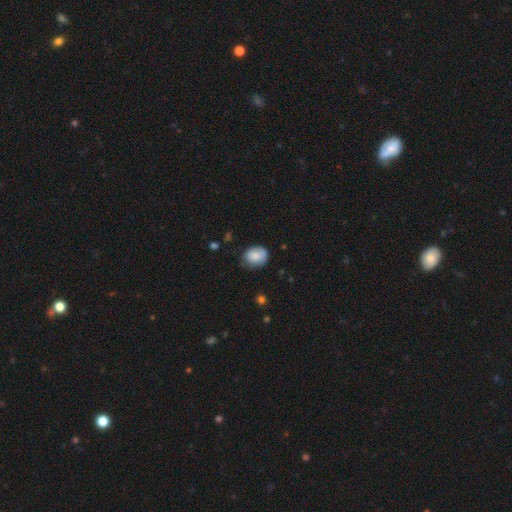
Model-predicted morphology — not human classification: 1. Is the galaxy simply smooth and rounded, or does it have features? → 82% smooth, 11% featured or disk, 8% star or artifact.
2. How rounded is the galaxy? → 56% in between, 43% round, 1% cigar-shaped.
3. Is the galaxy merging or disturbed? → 65% none, 28% minor disturbance, 6% major disturbance, 2% merger.